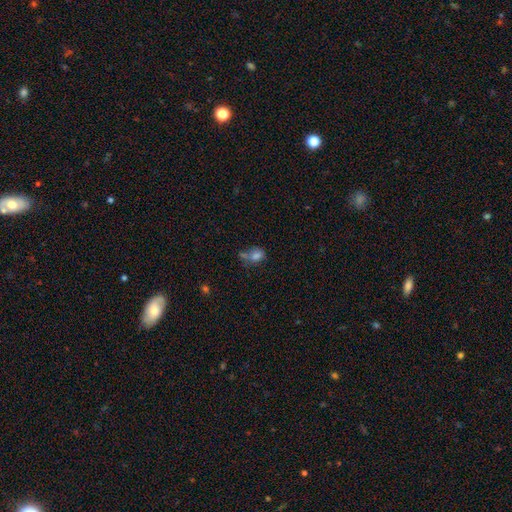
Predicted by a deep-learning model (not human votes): smooth_or_featured: smooth (p=0.73) [alt: star or artifact p=0.15]
how_rounded: in between (p=0.58) [alt: round p=0.40]
merging: none (p=0.36) [alt: merger p=0.31]